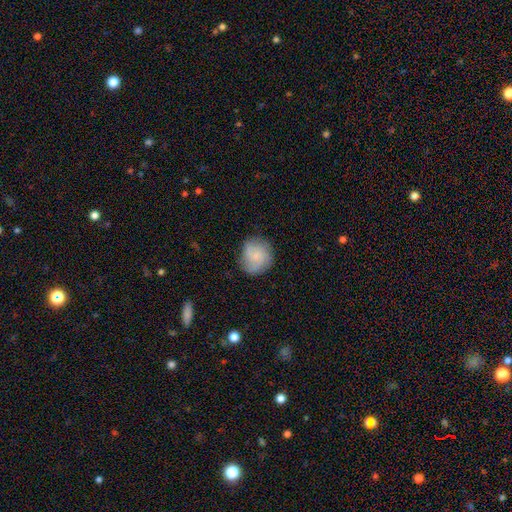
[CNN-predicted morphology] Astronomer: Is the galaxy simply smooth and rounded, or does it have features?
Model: smooth — 49% (runner-up: featured or disk, 43%).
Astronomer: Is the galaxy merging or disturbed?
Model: none — 76%.